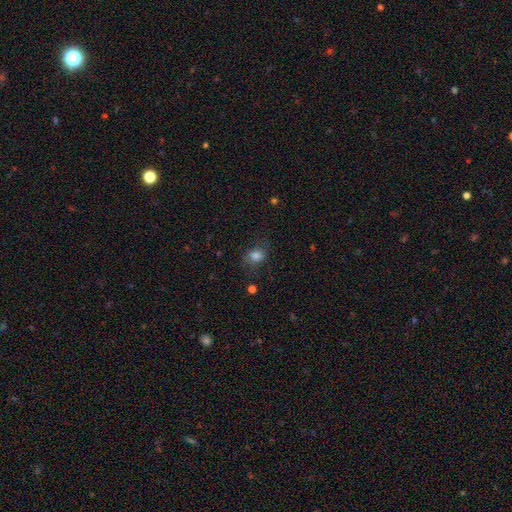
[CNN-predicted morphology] Q: Smooth or featured?
A: smooth (79%); runner-up: star or artifact (12%)
Q: How rounded?
A: in between (58%); runner-up: round (41%)
Q: Merging?
A: none (66%); runner-up: minor disturbance (21%)